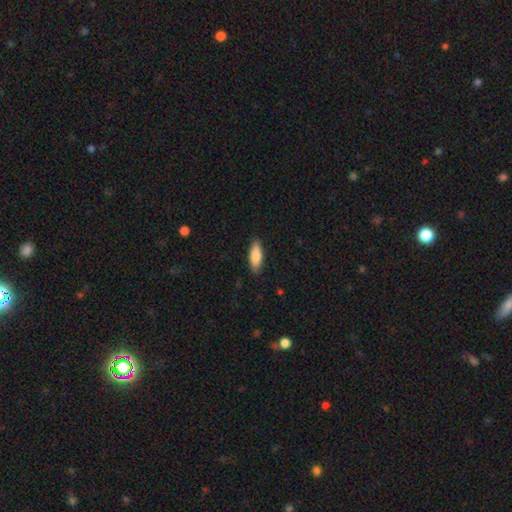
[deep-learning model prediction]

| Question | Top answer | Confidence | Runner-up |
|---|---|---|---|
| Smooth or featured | smooth | 85% | featured or disk (10%) |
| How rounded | in between | 64% | cigar-shaped (34%) |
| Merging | none | 89% | minor disturbance (8%) |